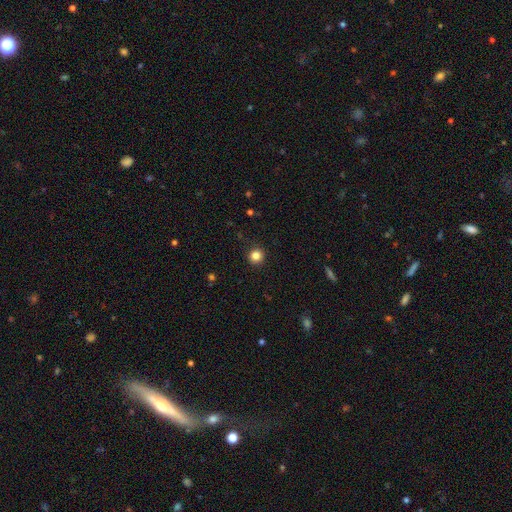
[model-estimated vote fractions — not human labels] Q: Smooth or featured?
A: smooth (83%); runner-up: star or artifact (12%)
Q: How rounded?
A: round (95%); runner-up: in between (4%)
Q: Merging?
A: none (93%); runner-up: minor disturbance (5%)